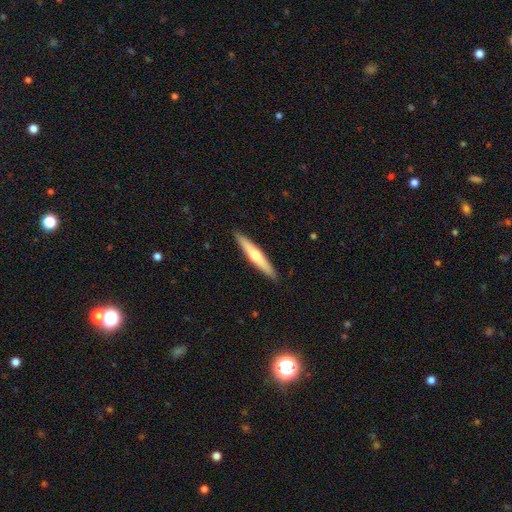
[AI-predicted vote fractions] Smooth or featured? featured or disk (48%)
Merging? none (90%)